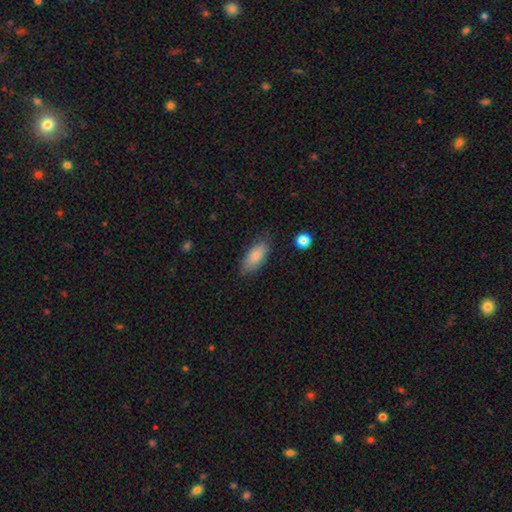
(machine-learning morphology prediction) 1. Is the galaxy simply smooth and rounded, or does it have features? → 84% smooth, 9% featured or disk, 7% star or artifact.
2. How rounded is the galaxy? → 84% in between, 13% cigar-shaped, 2% round.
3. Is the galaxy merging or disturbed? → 77% none, 17% minor disturbance, 4% major disturbance, 2% merger.